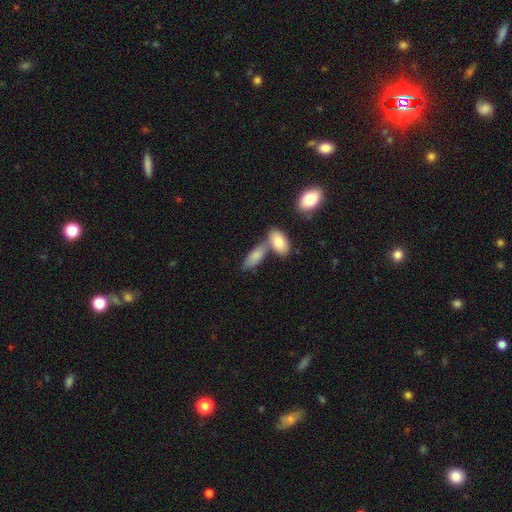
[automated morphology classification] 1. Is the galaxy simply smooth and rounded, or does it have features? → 79% smooth, 14% featured or disk, 7% star or artifact.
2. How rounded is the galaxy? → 83% in between, 14% cigar-shaped, 3% round.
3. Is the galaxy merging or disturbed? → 43% merger, 42% none, 11% minor disturbance, 4% major disturbance.